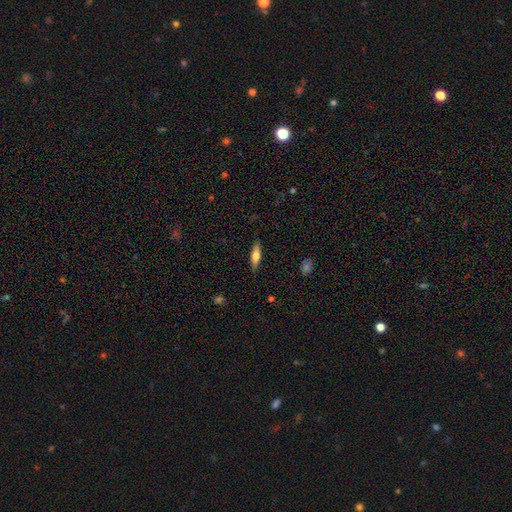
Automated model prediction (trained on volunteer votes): Smooth or featured? smooth (58%)
How rounded? cigar-shaped (68%)
Merging? none (87%)